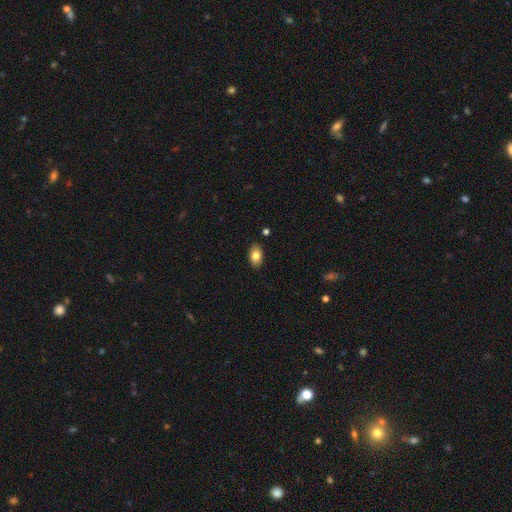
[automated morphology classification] Smooth or featured? smooth (83%)
How rounded? in between (90%)
Merging? none (87%)